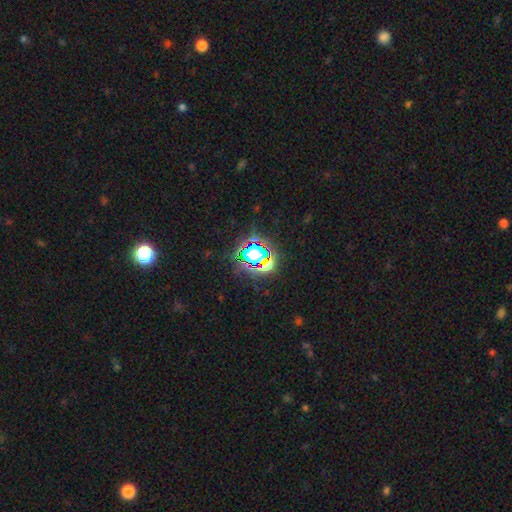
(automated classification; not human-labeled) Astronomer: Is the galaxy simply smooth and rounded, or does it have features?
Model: star or artifact — 68%.